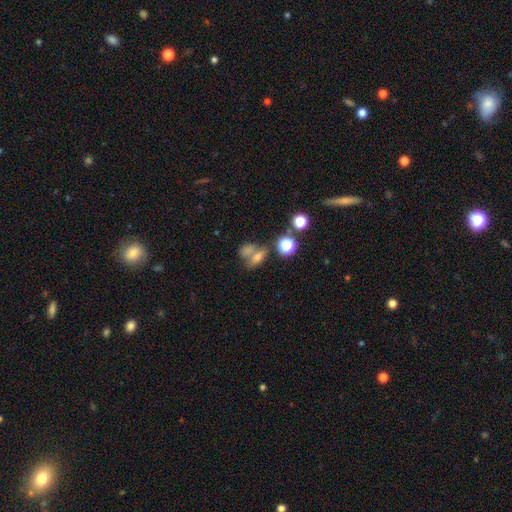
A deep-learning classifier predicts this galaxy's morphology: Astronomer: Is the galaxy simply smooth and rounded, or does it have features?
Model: smooth — 66%.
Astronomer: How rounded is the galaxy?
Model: in between — 63%.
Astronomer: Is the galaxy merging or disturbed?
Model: merger — 46% (runner-up: none, 35%).